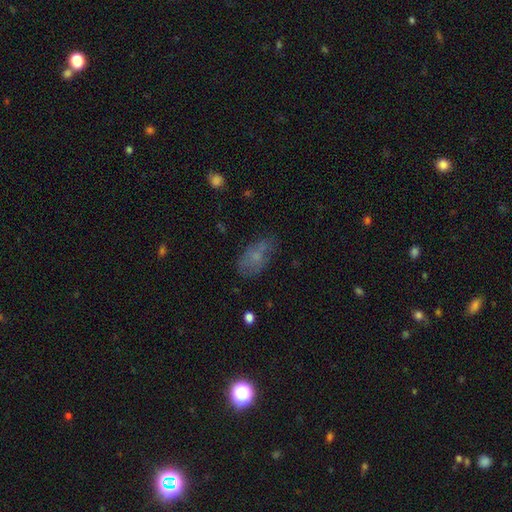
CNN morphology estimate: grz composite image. It shows a smooth galaxy with no disk features (64%) that is in between round and cigar-shaped (88%). Merging: none (53%).